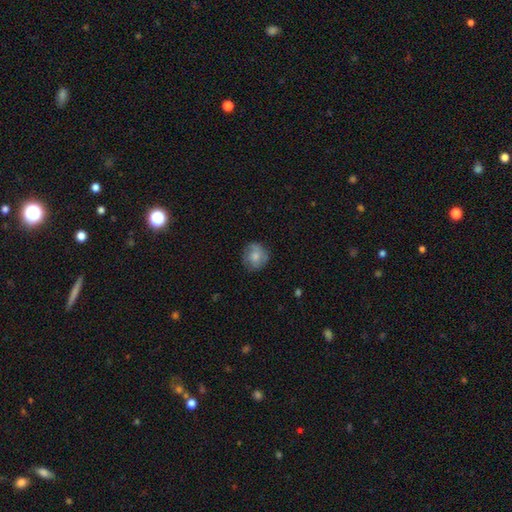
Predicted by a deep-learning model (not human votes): Morphology: type=smooth (72%); roundness=round (85%); merging=none (75%).